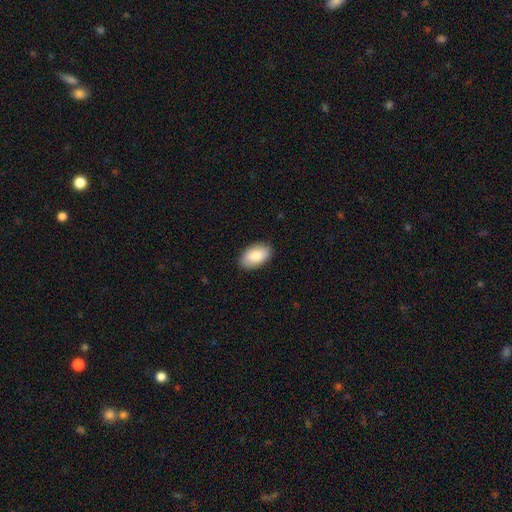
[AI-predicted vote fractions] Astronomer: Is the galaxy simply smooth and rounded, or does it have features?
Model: smooth — 86%.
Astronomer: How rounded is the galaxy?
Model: in between — 95%.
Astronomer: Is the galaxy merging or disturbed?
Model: none — 88%.